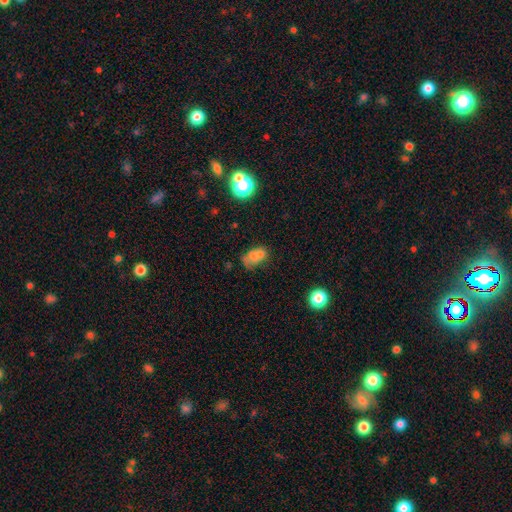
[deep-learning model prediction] Smooth or featured? smooth (65%)
How rounded? in between (73%)
Merging? merger (41%)